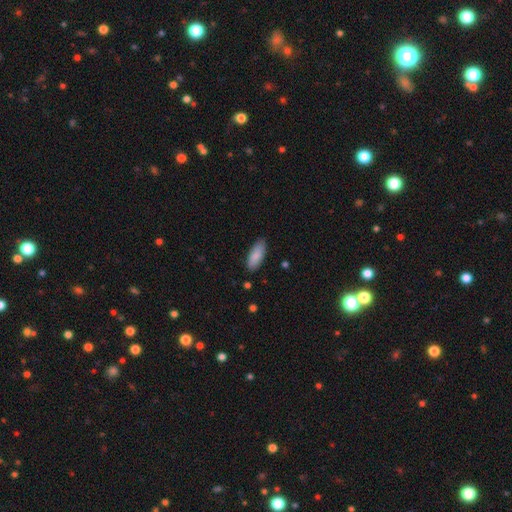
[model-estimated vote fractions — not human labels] The model was most divided on "how rounded": in between: 78%, cigar-shaped: 21%, round: 1%. More confident: smooth or featured — smooth (88%); merging — none (83%).